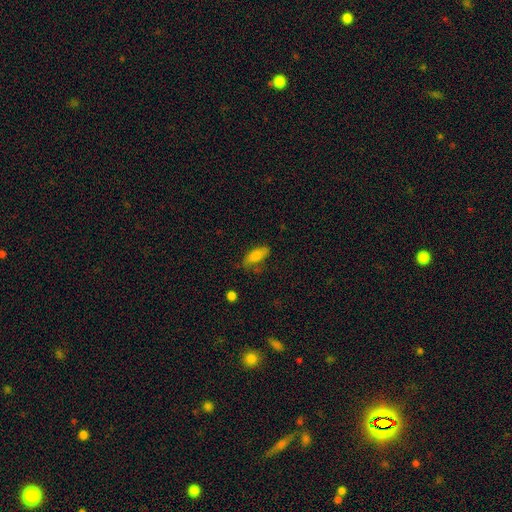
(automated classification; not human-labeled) Smooth or featured? smooth (79%)
How rounded? in between (78%)
Merging? none (57%)